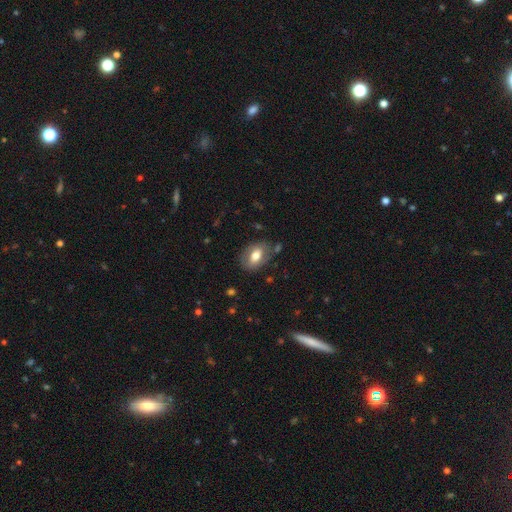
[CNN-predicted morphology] Q: Smooth or featured?
A: smooth (67%); runner-up: featured or disk (26%)
Q: How rounded?
A: in between (82%); runner-up: round (16%)
Q: Merging?
A: none (74%); runner-up: minor disturbance (17%)